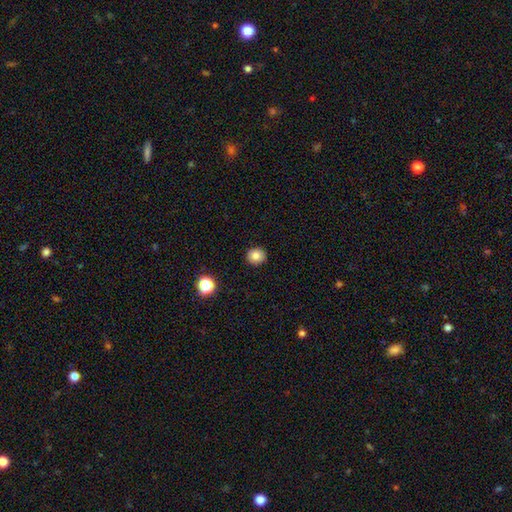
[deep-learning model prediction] smooth-or-featured: smooth: 80% | star or artifact: 11% | featured or disk: 8%
  how-rounded: round: 86% | in between: 13% | cigar-shaped: 1%
  merging: none: 90% | minor disturbance: 7% | major disturbance: 2% | merger: 1%